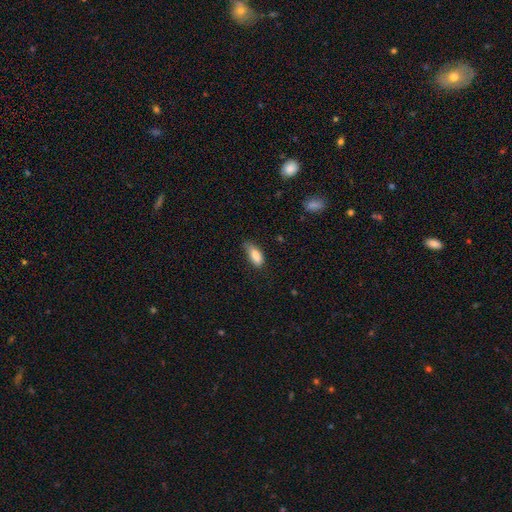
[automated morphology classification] Smooth or featured? smooth (85%)
How rounded? in between (85%)
Merging? none (52%)